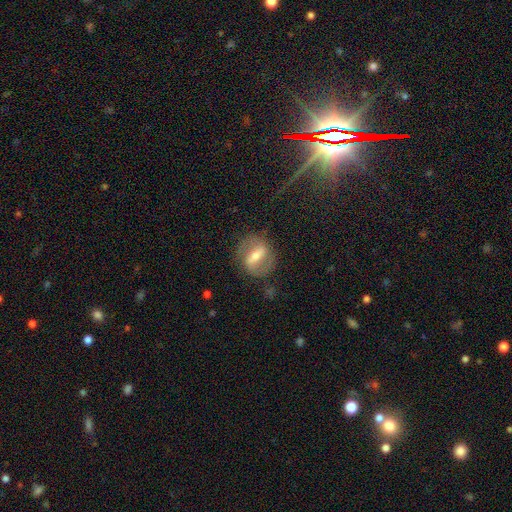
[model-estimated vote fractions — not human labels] Smooth or featured: featured or disk — 66% (smooth — 27%)
Edge-on disk: no — 89% (yes — 11%)
Bar: strong — 65% (weak — 26%)
Spiral arms: yes — 59% (no — 41%)
Bulge size: moderate — 55% (small — 34%)
Merging: none — 77% (minor disturbance — 14%)